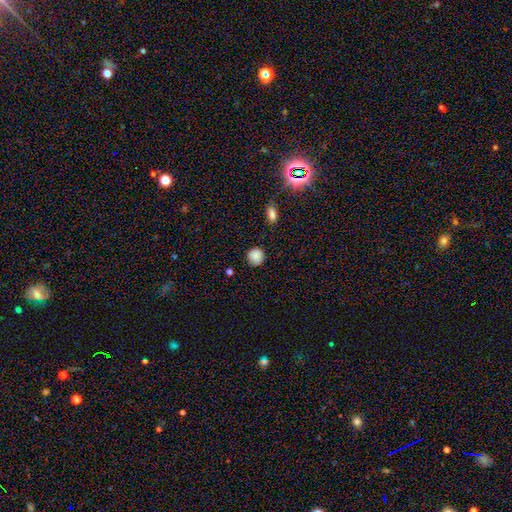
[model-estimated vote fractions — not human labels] A smooth galaxy with no disk features (86%) that is round (90%). Merging: none (83%).